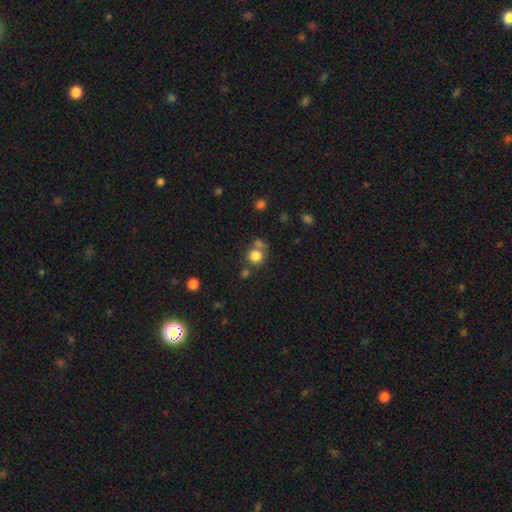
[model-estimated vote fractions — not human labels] Overall: smooth (81%). How rounded: round (86%). Merging: none (58%; merger 25%).